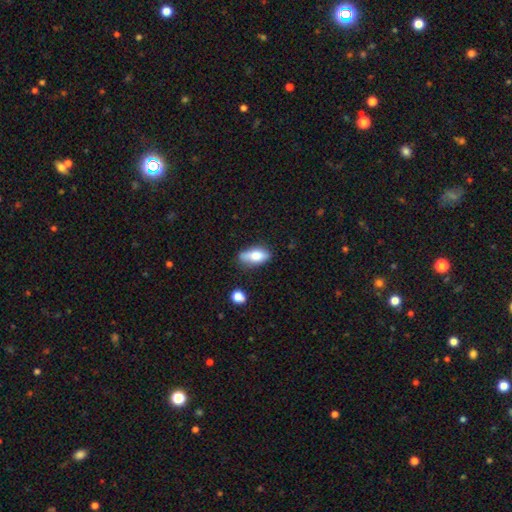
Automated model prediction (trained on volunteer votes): Smooth or featured?
  - smooth: 73% *
  - featured or disk: 20%
  - star or artifact: 8%
How rounded?
  - in between: 82% *
  - cigar-shaped: 14%
  - round: 4%
Merging?
  - none: 68% *
  - minor disturbance: 22%
  - merger: 5%
  - major disturbance: 5%